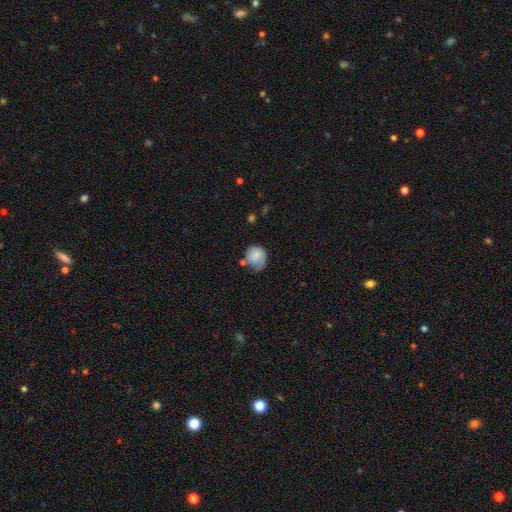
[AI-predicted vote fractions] The model was most divided on "merging": none: 39%, minor disturbance: 37%, major disturbance: 17%, merger: 8%. More confident: smooth or featured — smooth (73%); how rounded — round (67%).